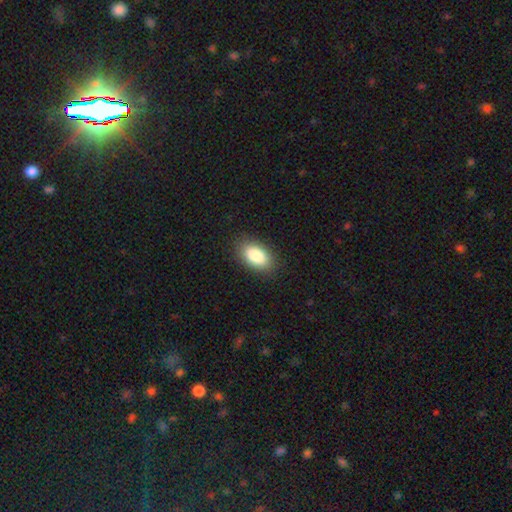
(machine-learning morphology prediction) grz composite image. It shows a smooth galaxy with no disk features (87%) that is in between round and cigar-shaped (93%). Merging: none (87%).